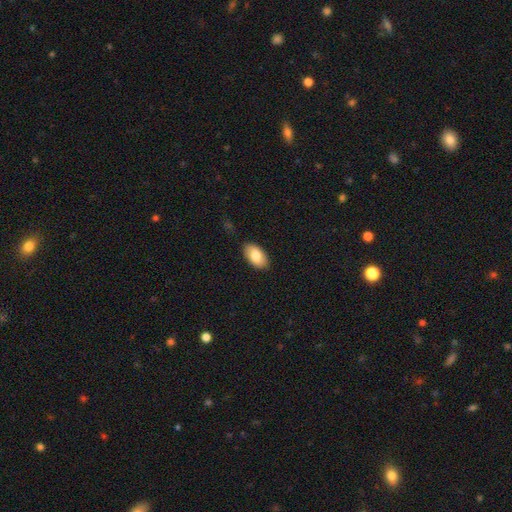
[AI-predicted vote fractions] Smooth or featured? Predicted: smooth (p=0.81). How rounded? Predicted: in between (p=0.94). Merging? Predicted: none (p=0.86).